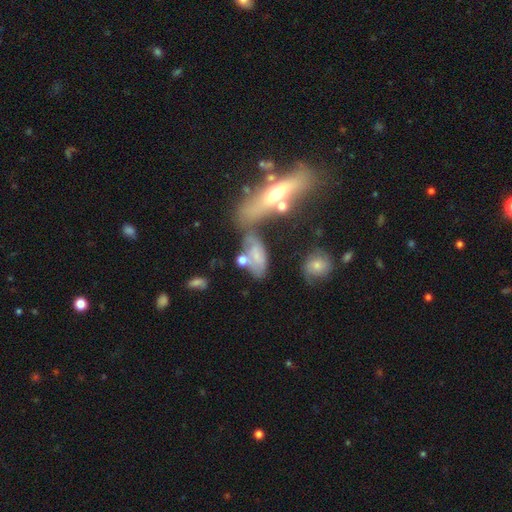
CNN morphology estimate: This appears to be a featured or disk galaxy (45%). Merging: none (33%).